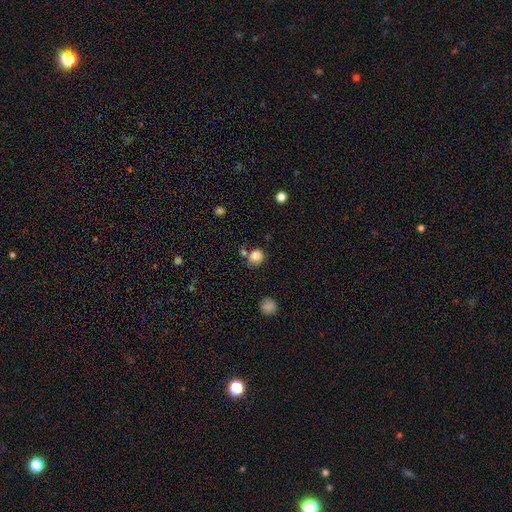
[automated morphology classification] Smooth or featured? Predicted: smooth (p=0.83). How rounded? Predicted: round (p=0.86). Merging? Predicted: none (p=0.67).